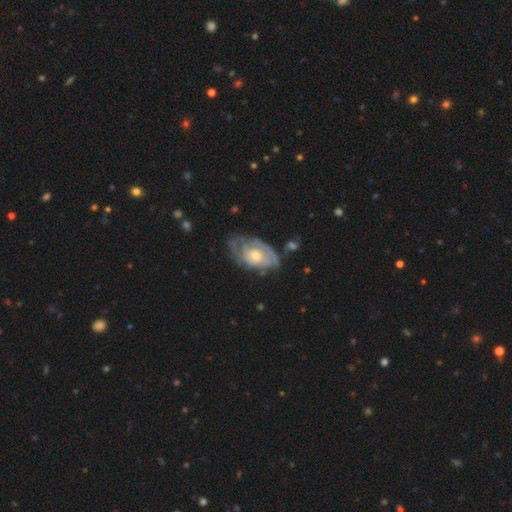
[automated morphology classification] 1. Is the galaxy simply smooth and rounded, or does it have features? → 75% featured or disk, 20% smooth, 5% star or artifact.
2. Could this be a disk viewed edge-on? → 95% no, 5% yes.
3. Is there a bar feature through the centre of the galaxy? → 78% no, 19% weak, 3% strong.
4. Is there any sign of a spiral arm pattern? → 81% yes, 19% no.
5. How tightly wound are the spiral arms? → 63% tight, 27% medium, 10% loose.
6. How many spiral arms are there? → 48% can't tell, 27% 2, 9% 1, 9% 3, 3% 4, 3% more than 4.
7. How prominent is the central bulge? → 56% moderate, 30% small, 10% large, 2% none, 1% dominant.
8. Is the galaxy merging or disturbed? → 55% none, 27% minor disturbance, 15% major disturbance, 3% merger.